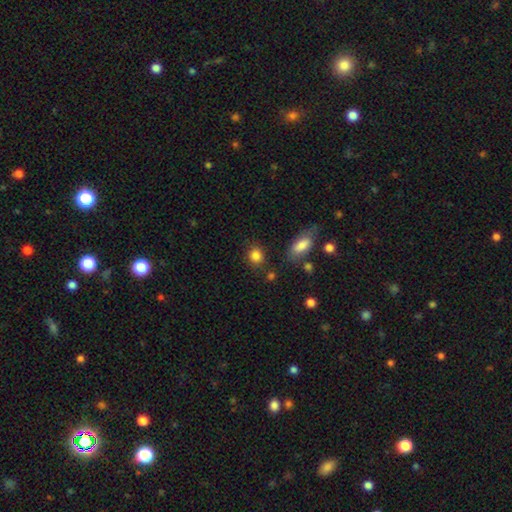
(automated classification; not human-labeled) The model was most divided on "how rounded": round: 73%, in between: 25%, cigar-shaped: 2%. More confident: smooth or featured — smooth (85%); merging — none (79%).